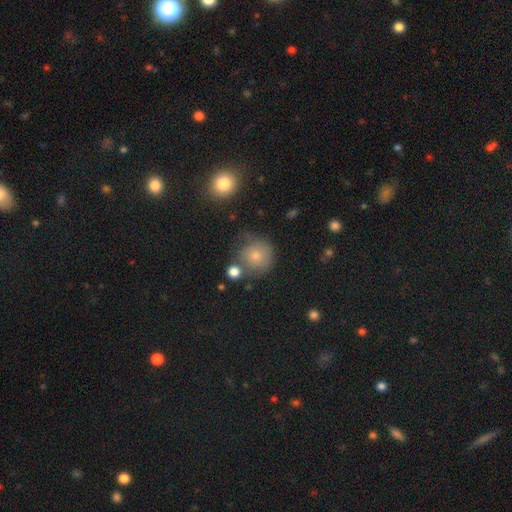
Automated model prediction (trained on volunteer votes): Smooth or featured?
  - smooth: 75% *
  - featured or disk: 15%
  - star or artifact: 10%
How rounded?
  - round: 90% *
  - in between: 9%
  - cigar-shaped: 1%
Merging?
  - none: 56% *
  - minor disturbance: 22%
  - merger: 12%
  - major disturbance: 11%